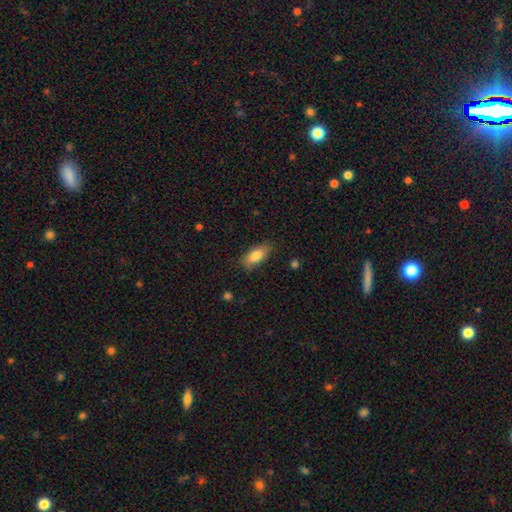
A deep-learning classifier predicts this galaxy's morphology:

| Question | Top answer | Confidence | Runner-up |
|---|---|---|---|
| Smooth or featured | smooth | 79% | featured or disk (14%) |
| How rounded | in between | 80% | cigar-shaped (17%) |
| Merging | none | 79% | minor disturbance (16%) |